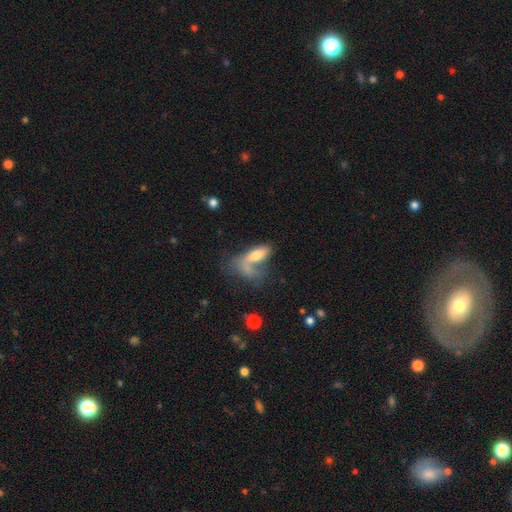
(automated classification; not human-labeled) Morphology: type=smooth (62%); roundness=in between (72%); merging=merger (34%).